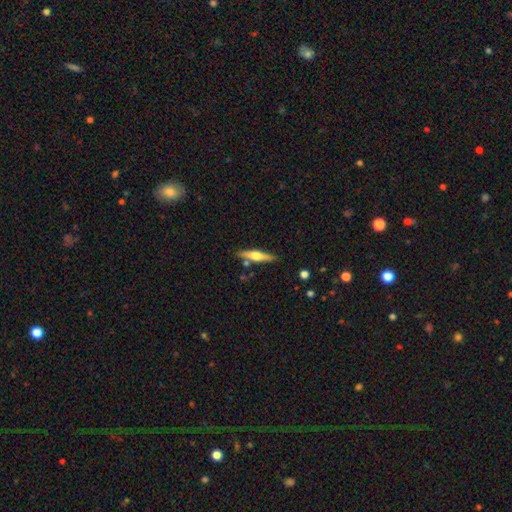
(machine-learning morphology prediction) This is possibly a featured or disk galaxy (57%). It is clearly viewed edge-on (95%). Edge-on bulge: clearly rounded (91%). Merging: clearly none (83%).